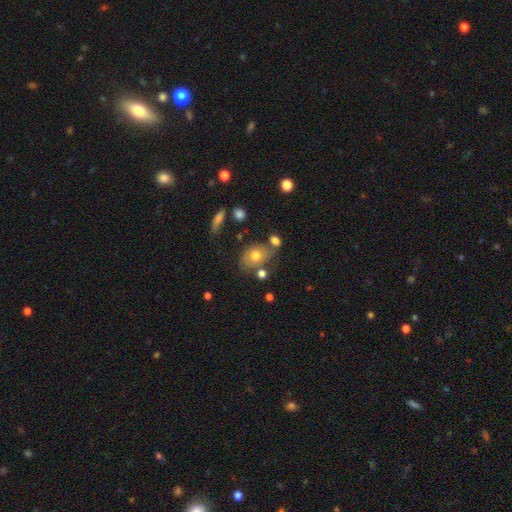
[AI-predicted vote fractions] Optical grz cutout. It shows a smooth galaxy with no disk features (67%) that is in between round and cigar-shaped (64%). Merging: none (55%).